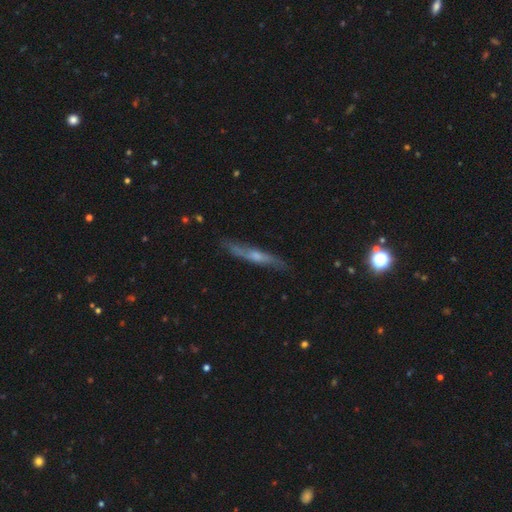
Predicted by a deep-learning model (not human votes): Smooth or featured? Predicted: featured or disk (p=0.62). Edge-on disk? Predicted: yes (p=0.82). Edge-on bulge? Predicted: rounded (p=0.65). Merging? Predicted: none (p=0.79).